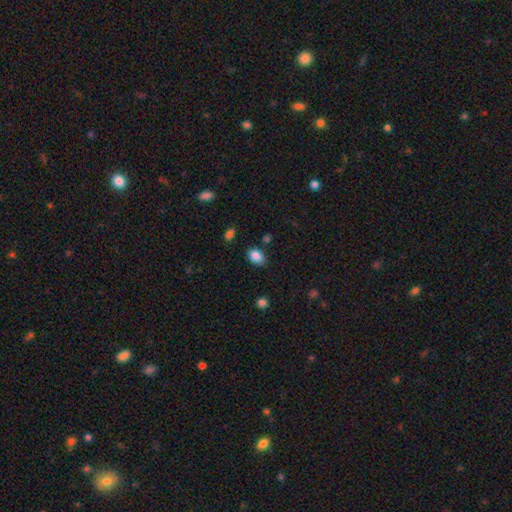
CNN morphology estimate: Smooth or featured: smooth — 86% (star or artifact — 9%)
How rounded: in between — 78% (round — 21%)
Merging: none — 80% (minor disturbance — 14%)